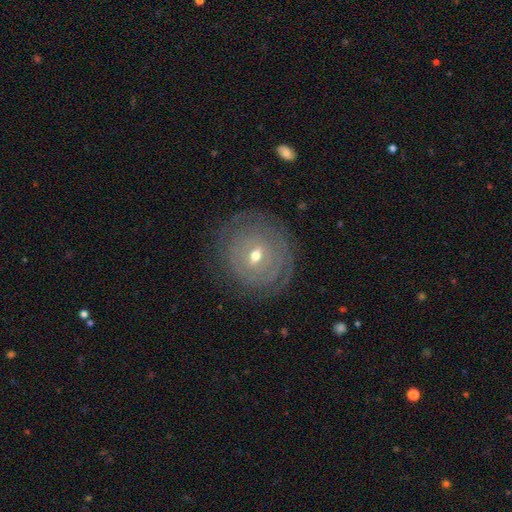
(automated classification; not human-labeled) Smooth or featured?
  - featured or disk: 72% *
  - smooth: 21%
  - star or artifact: 8%
Edge-on disk?
  - no: 95% *
  - yes: 5%
Bar?
  - weak: 48% *
  - no: 34%
  - strong: 18%
Spiral arms?
  - yes: 71% *
  - no: 29%
Bulge size?
  - moderate: 57% *
  - small: 39%
  - large: 3%
  - none: 1%
  - dominant: 1%
Merging?
  - none: 75% *
  - minor disturbance: 16%
  - major disturbance: 8%
  - merger: 1%